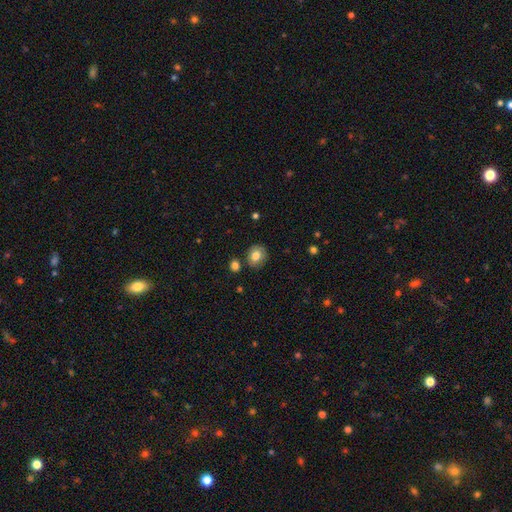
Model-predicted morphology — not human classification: This appears to be a smooth galaxy with no disk features (79%) that is round (67%). Merging: none (81%).